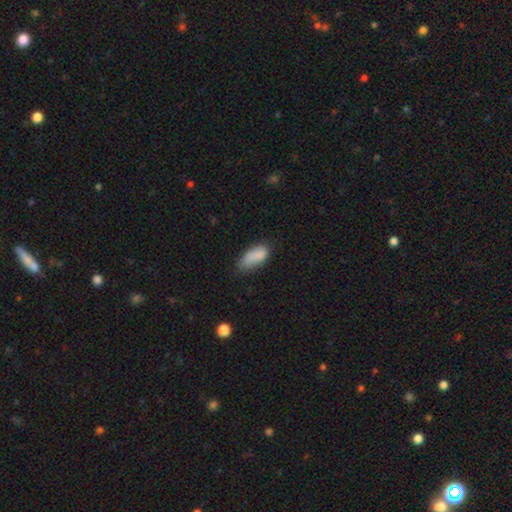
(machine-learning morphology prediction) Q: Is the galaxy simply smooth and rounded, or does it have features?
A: smooth — 85%.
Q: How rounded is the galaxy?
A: in between — 86%.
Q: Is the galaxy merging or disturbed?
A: none — 54%.